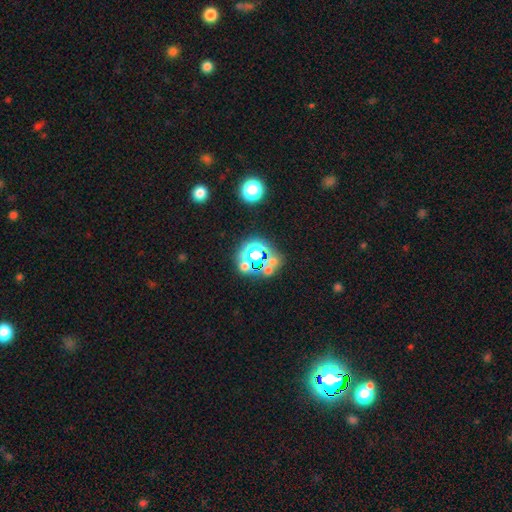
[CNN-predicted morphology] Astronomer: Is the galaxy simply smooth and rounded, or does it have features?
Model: star or artifact — 52% (runner-up: smooth, 32%).